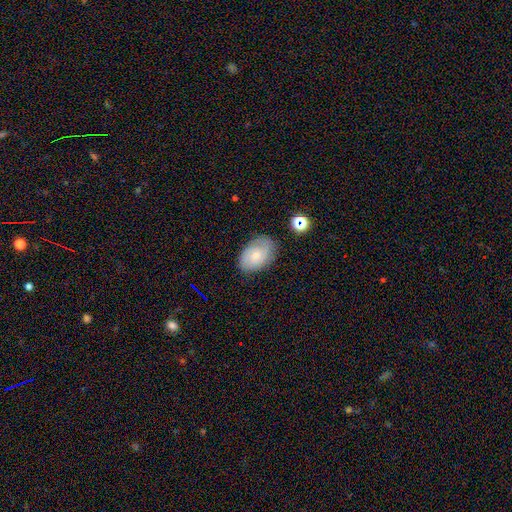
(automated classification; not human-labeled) This appears to be a smooth galaxy with no disk features (55%) that is in between round and cigar-shaped (86%). Merging: none (75%).